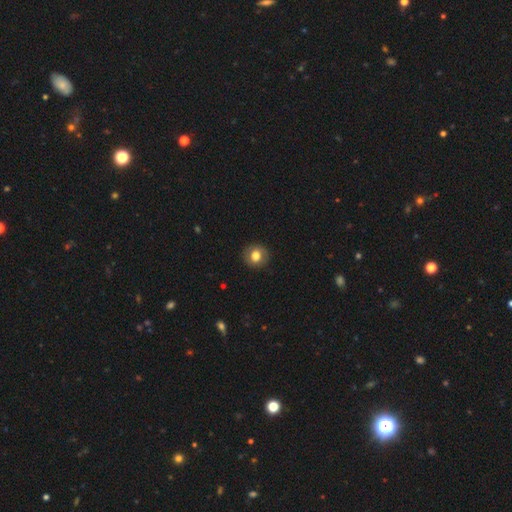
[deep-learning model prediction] Smooth or featured? smooth (74%)
How rounded? round (84%)
Merging? none (89%)